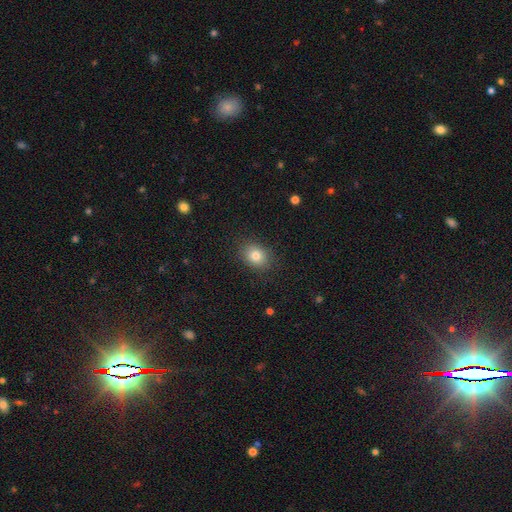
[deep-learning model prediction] Smooth or featured? Predicted: smooth (p=0.82). How rounded? Predicted: in between (p=0.51). Merging? Predicted: none (p=0.86).